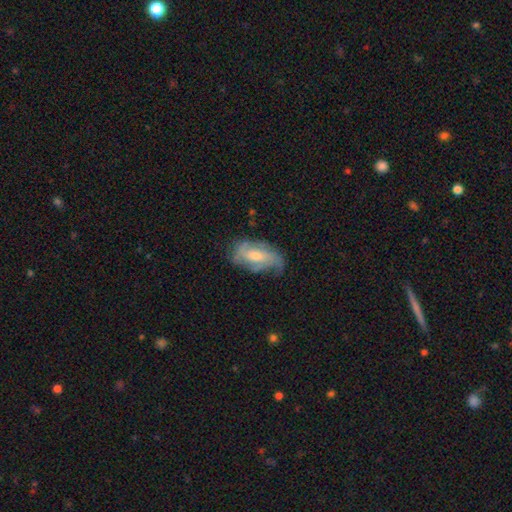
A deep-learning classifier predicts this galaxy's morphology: Smooth or featured? Predicted: featured or disk (p=0.62). Edge-on disk? Predicted: no (p=0.93). Bar? Predicted: no (p=0.51). Spiral arms? Predicted: yes (p=0.81). Bulge size? Predicted: moderate (p=0.54). Merging? Predicted: none (p=0.55).